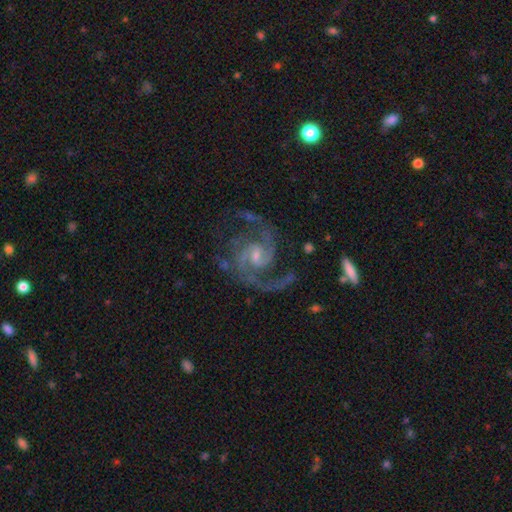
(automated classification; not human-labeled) This is clearly a featured or disk galaxy (93%). It is clearly not viewed edge-on (98%). Bar: possibly weak (53%). Spiral arm pattern: clearly yes (98%). Spiral arm count: clearly 2 (84%). Spiral winding: likely medium (61%). Central bulge: possibly small (58%). Merging: likely none (70%).